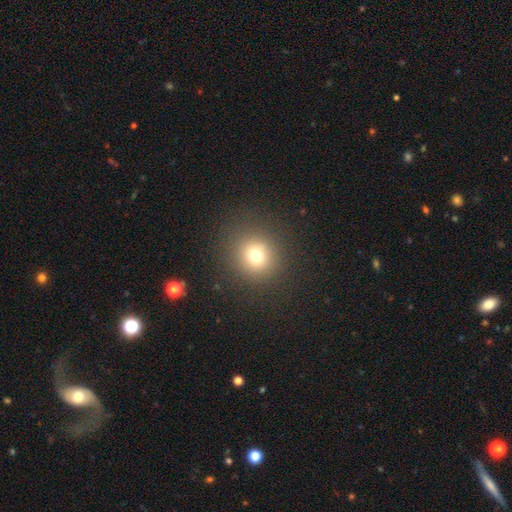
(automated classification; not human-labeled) smooth_or_featured: smooth (p=0.73) [alt: star or artifact p=0.17]
how_rounded: round (p=0.89) [alt: in between p=0.10]
merging: none (p=0.88) [alt: minor disturbance p=0.07]